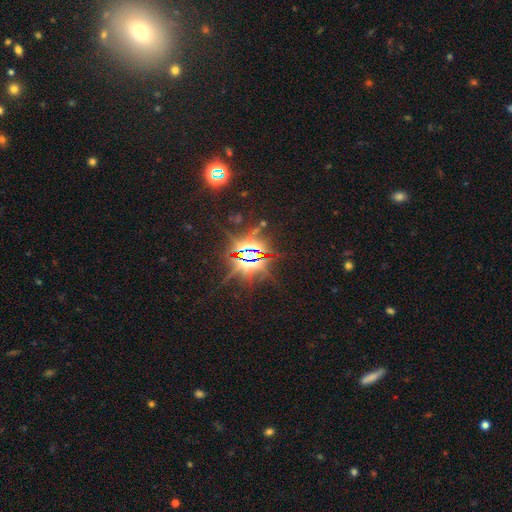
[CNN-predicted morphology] Smooth or featured?
  - star or artifact: 84% *
  - featured or disk: 10%
  - smooth: 7%